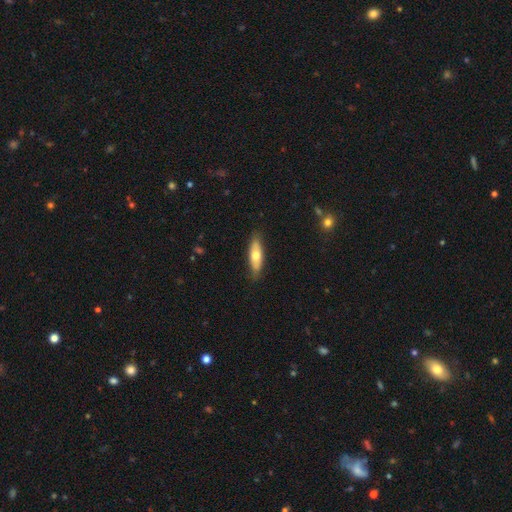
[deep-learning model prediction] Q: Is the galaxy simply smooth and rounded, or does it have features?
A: smooth — 63%.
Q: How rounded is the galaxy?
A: in between — 50%.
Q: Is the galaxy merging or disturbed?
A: none — 84%.